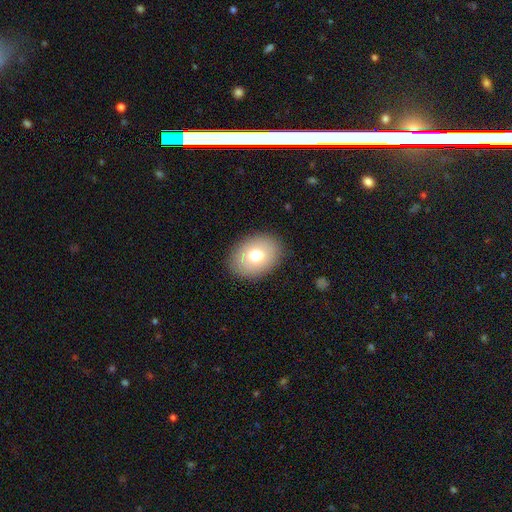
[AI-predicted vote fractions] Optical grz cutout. It shows a smooth galaxy with no disk features (72%) that is in between round and cigar-shaped (66%). Merging: none (87%).